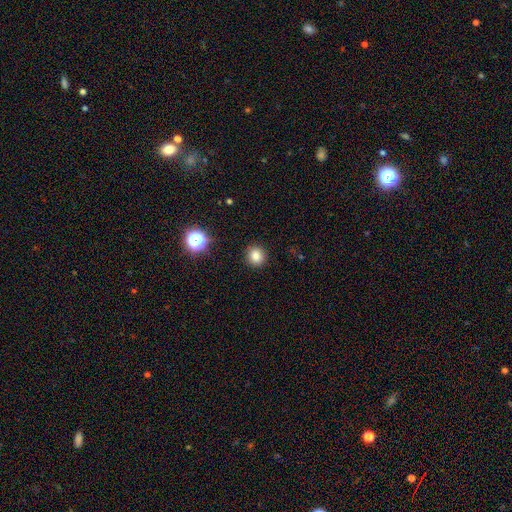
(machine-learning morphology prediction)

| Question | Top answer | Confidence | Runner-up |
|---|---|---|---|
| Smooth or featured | smooth | 82% | star or artifact (13%) |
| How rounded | round | 89% | in between (10%) |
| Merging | none | 91% | minor disturbance (6%) |